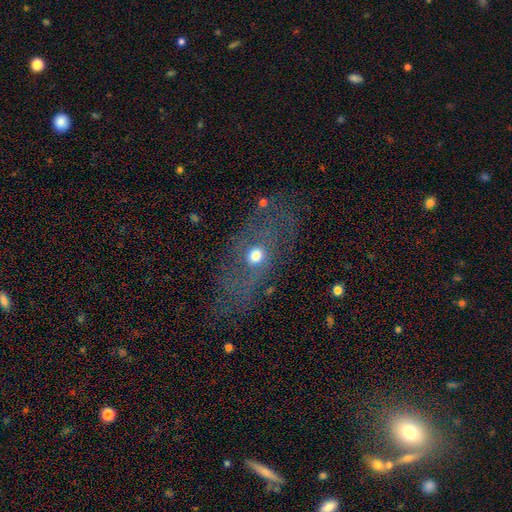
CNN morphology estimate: The model was most divided on "smooth or featured": smooth: 47%, featured or disk: 35%, star or artifact: 18%. More confident: merging — none (59%).